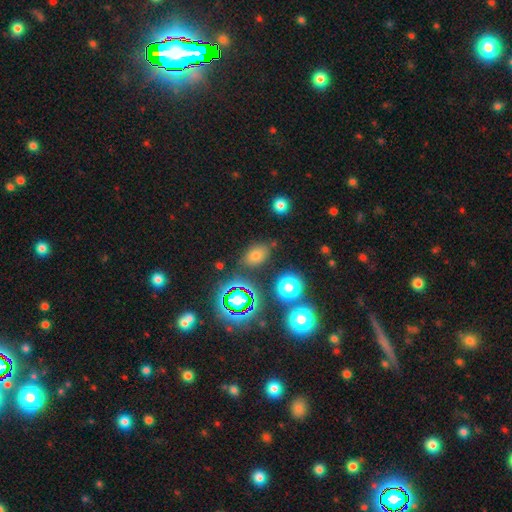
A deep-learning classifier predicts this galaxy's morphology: smooth_or_featured: smooth (p=0.63) [alt: star or artifact p=0.27]
how_rounded: in between (p=0.81) [alt: round p=0.17]
merging: none (p=0.78) [alt: minor disturbance p=0.13]